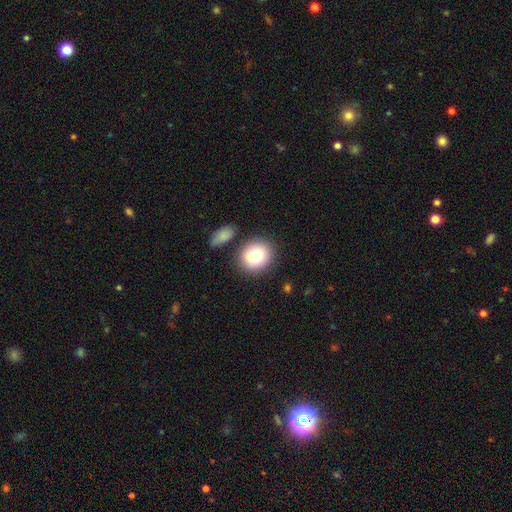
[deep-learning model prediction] Smooth or featured?
  - smooth: 79% *
  - featured or disk: 12%
  - star or artifact: 9%
How rounded?
  - round: 73% *
  - in between: 26%
  - cigar-shaped: 1%
Merging?
  - none: 75% *
  - minor disturbance: 11%
  - merger: 11%
  - major disturbance: 3%